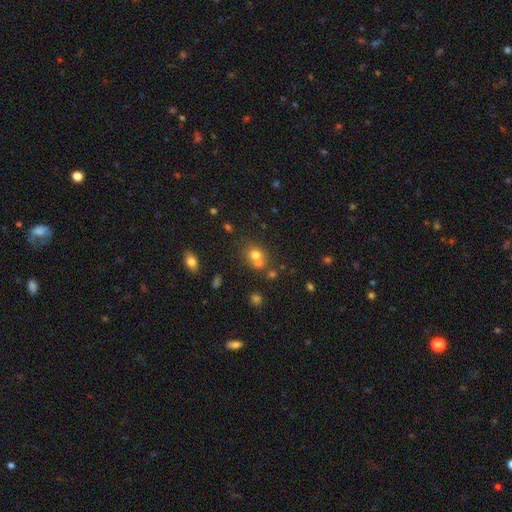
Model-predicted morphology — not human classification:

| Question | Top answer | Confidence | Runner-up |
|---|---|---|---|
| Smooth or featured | smooth | 69% | star or artifact (16%) |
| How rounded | round | 75% | in between (24%) |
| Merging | none | 45% | merger (42%) |